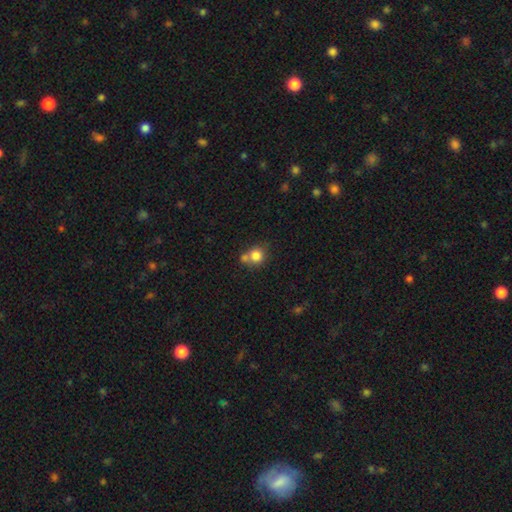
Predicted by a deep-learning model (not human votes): Smooth or featured: smooth — 80% (star or artifact — 11%)
How rounded: round — 85% (in between — 14%)
Merging: none — 49% (merger — 36%)